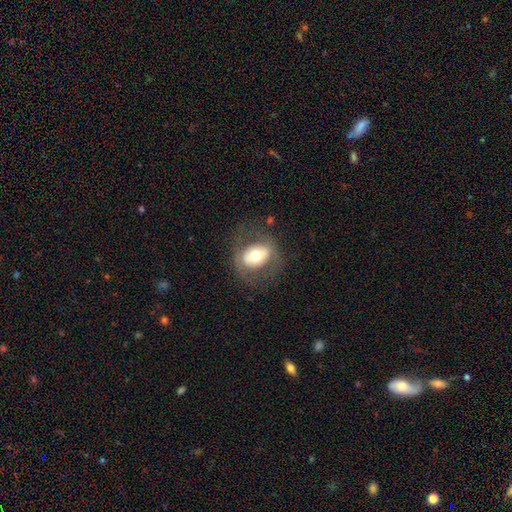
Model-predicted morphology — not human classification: Q: Smooth or featured?
A: smooth (51%); runner-up: featured or disk (41%)
Q: How rounded?
A: in between (52%); runner-up: round (46%)
Q: Merging?
A: none (70%); runner-up: minor disturbance (16%)